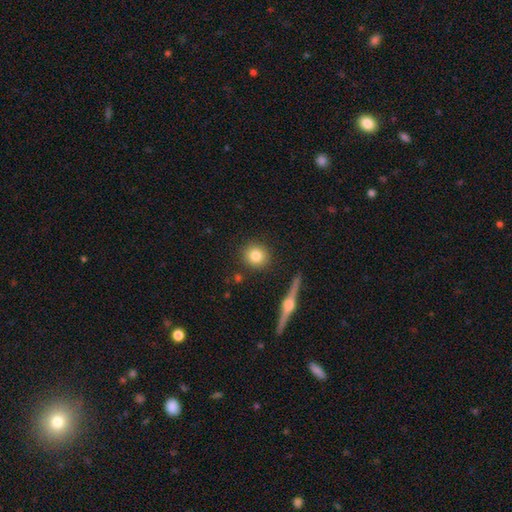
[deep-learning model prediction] Smooth or featured? Predicted: smooth (p=0.80). How rounded? Predicted: round (p=0.90). Merging? Predicted: none (p=0.88).